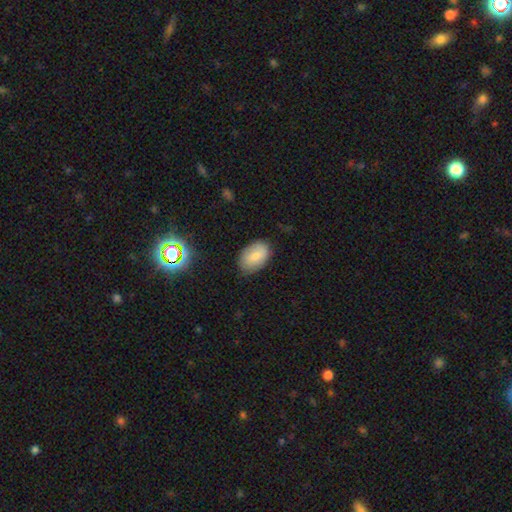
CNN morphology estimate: This is likely a smooth galaxy (79%). How rounded: clearly in between (90%). Merging: likely none (77%).